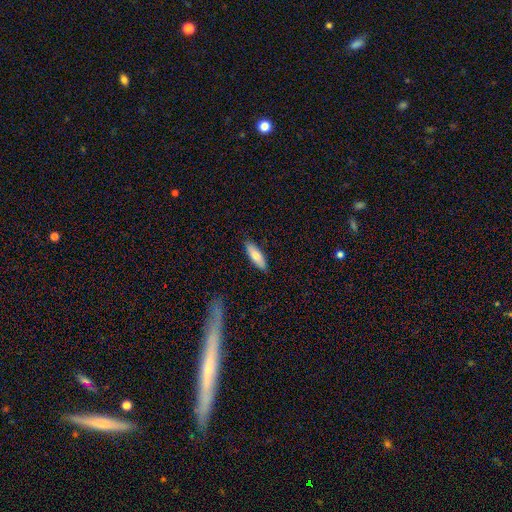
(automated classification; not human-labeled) smooth-or-featured: smooth: 74% | featured or disk: 20% | star or artifact: 6%
  how-rounded: cigar-shaped: 51% | in between: 47% | round: 2%
  merging: none: 88% | minor disturbance: 9% | major disturbance: 2% | merger: 1%